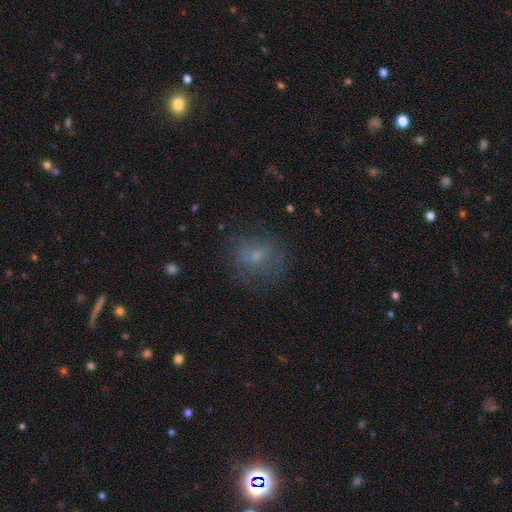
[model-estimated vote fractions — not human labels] Q: Smooth or featured?
A: smooth (55%); runner-up: featured or disk (28%)
Q: How rounded?
A: round (71%); runner-up: in between (28%)
Q: Merging?
A: none (66%); runner-up: minor disturbance (18%)